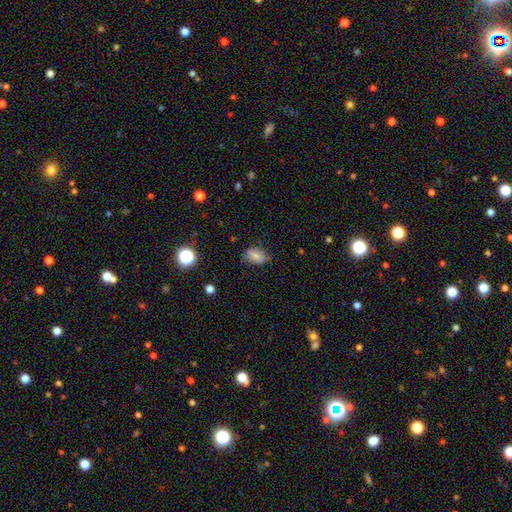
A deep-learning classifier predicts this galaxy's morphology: smooth-or-featured: smooth: 68% | featured or disk: 21% | star or artifact: 11%
  how-rounded: in between: 84% | round: 14% | cigar-shaped: 3%
  merging: none: 74% | minor disturbance: 20% | major disturbance: 4% | merger: 1%